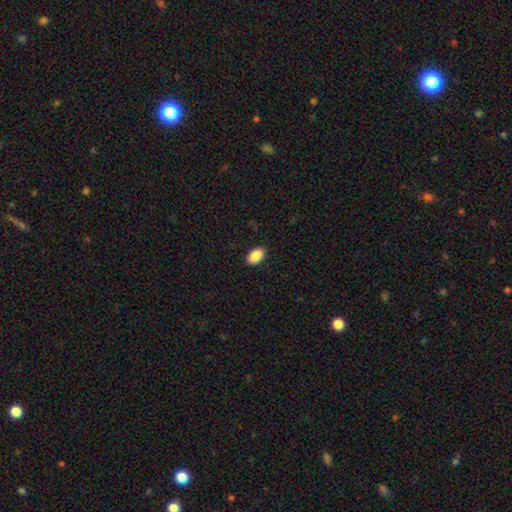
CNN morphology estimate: Overall: smooth (89%). How rounded: in between (94%). Merging: none (90%).